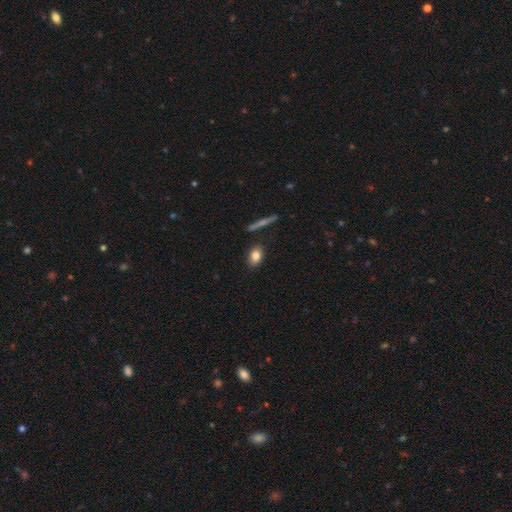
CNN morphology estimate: Smooth or featured: smooth — 81% (featured or disk — 11%)
How rounded: in between — 76% (round — 20%)
Merging: none — 84% (minor disturbance — 10%)